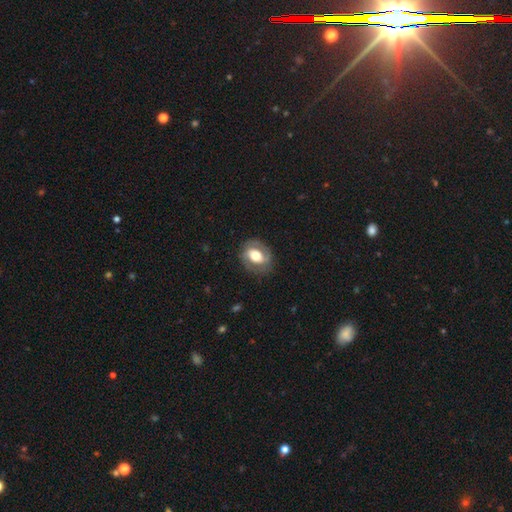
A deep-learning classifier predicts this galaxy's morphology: A featured or disk galaxy (55%) with no bar (41%), spiral arms (56%) and a moderate central bulge (51%). Merging: none (77%).